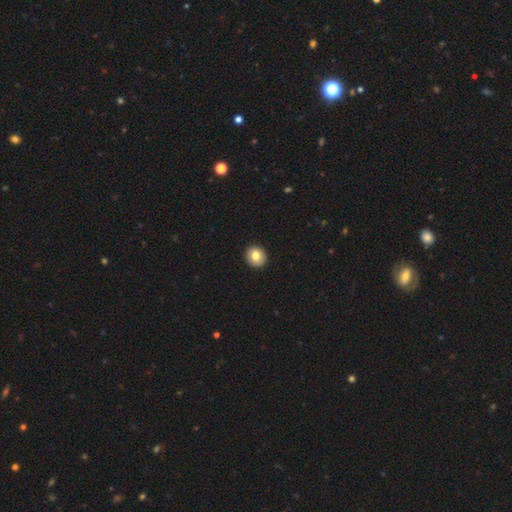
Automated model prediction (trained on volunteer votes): Smooth or featured? Predicted: smooth (p=0.81). How rounded? Predicted: round (p=0.85). Merging? Predicted: none (p=0.93).